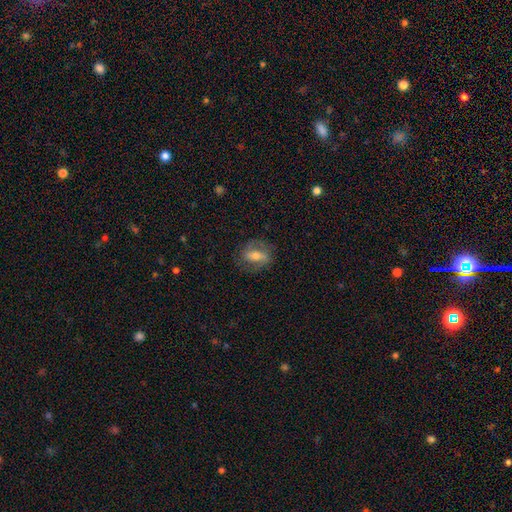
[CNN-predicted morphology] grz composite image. It shows a featured or disk galaxy (53%). Merging: none (76%).